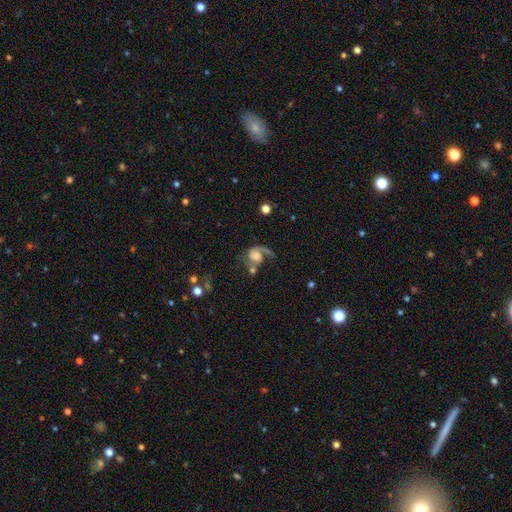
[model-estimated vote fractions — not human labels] featured or disk 65%, smooth 26%, star or artifact 10%. Down the decision tree: edge-on disk — no (97%); bar — no (65%); spiral arms — yes (87%); spiral arm count — 1 (60%); spiral winding — loose (56%); bulge size — moderate (28%); merging — major disturbance (35%).